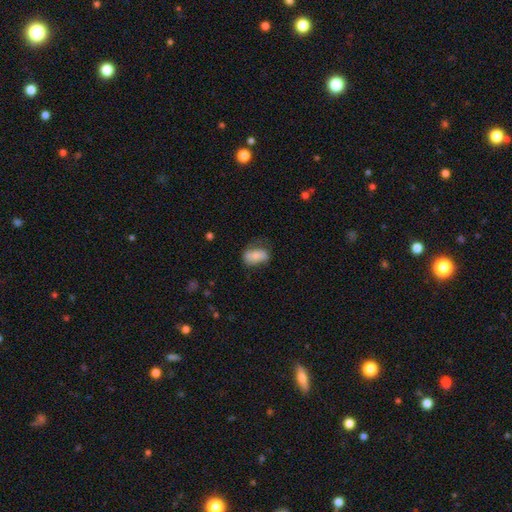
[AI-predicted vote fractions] Smooth or featured: smooth — 70% (featured or disk — 22%)
How rounded: in between — 88% (round — 9%)
Merging: none — 50% (minor disturbance — 32%)